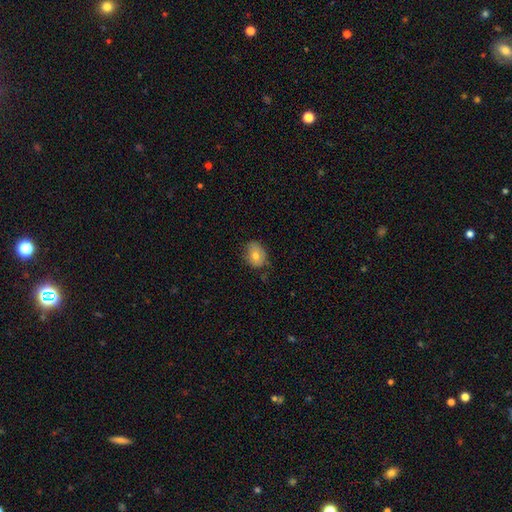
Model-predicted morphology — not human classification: Smooth or featured? smooth (74%)
How rounded? in between (59%)
Merging? none (64%)